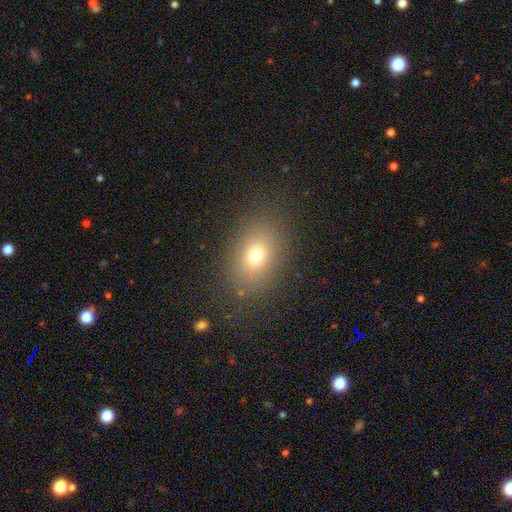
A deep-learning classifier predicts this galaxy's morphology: This is likely a smooth galaxy (71%). How rounded: likely in between (70%). Merging: clearly none (83%).